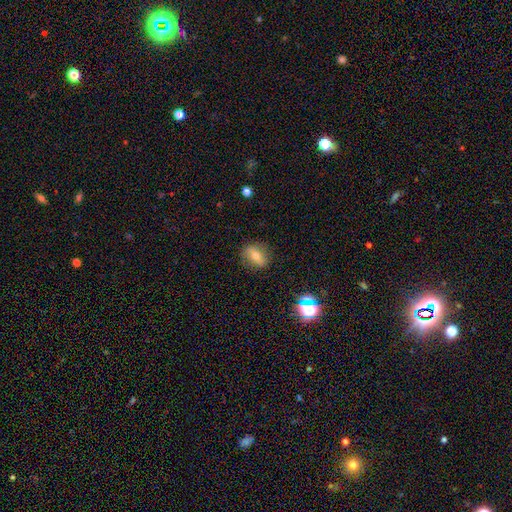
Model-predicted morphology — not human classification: smooth 57%, featured or disk 30%, star or artifact 13%. Down the decision tree: how rounded — in between (59%); merging — none (83%).